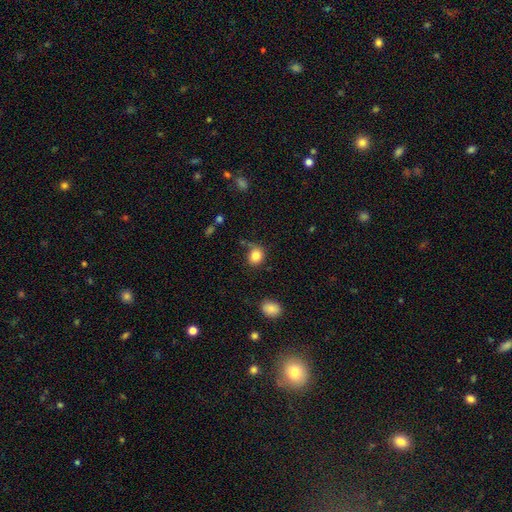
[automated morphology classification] A smooth galaxy with no disk features (84%) that is round (71%).

Vote fractions:
- Smooth or featured? smooth: 84% / star or artifact: 10% / featured or disk: 6%
- How rounded? round: 71% / in between: 28% / cigar-shaped: 1%
- Merging? none: 71% / minor disturbance: 18% / major disturbance: 6% / merger: 5%